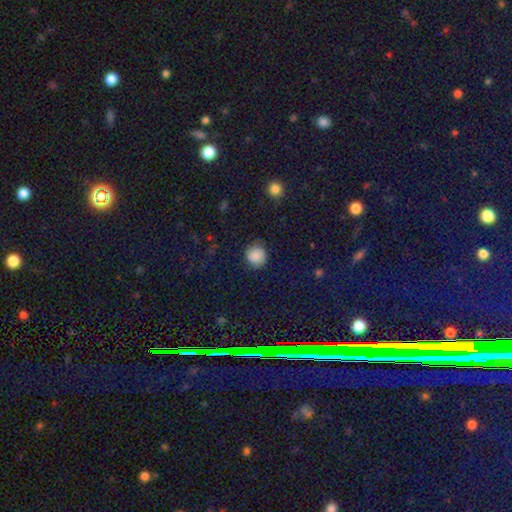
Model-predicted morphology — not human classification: Smooth or featured?
  - smooth: 85% *
  - star or artifact: 10%
  - featured or disk: 5%
How rounded?
  - round: 89% *
  - in between: 10%
  - cigar-shaped: 1%
Merging?
  - none: 81% *
  - minor disturbance: 14%
  - major disturbance: 4%
  - merger: 1%